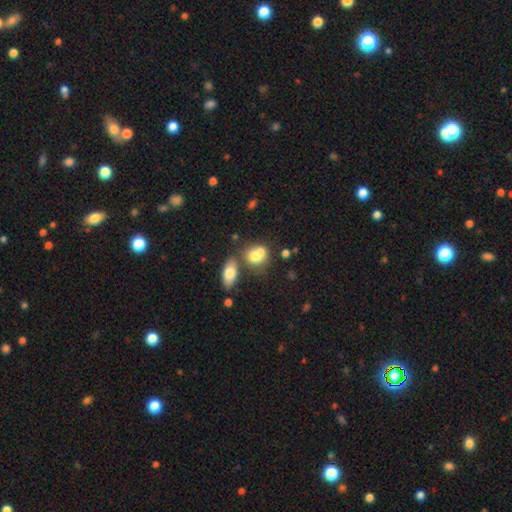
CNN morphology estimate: type=smooth (75%); roundness=in between (51%); merging=merger (46%).